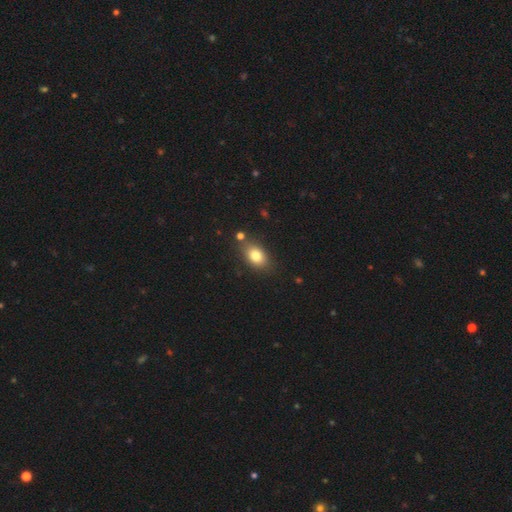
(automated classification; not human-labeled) Q: Smooth or featured?
A: smooth (81%); runner-up: featured or disk (10%)
Q: How rounded?
A: in between (79%); runner-up: round (19%)
Q: Merging?
A: none (77%); runner-up: minor disturbance (13%)